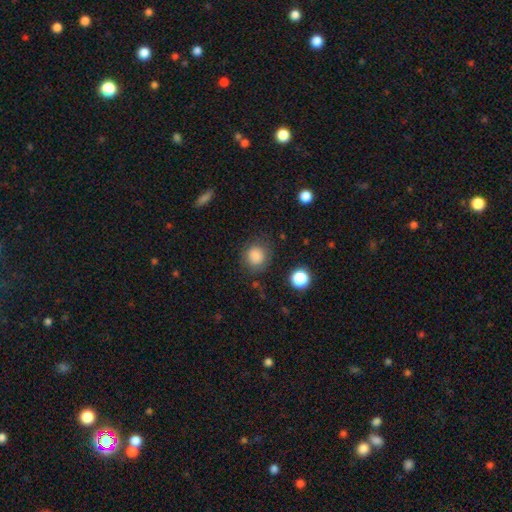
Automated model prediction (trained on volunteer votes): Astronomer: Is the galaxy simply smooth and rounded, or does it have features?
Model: smooth — 85%.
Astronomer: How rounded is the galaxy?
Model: round — 86%.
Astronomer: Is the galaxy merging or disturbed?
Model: none — 79%.